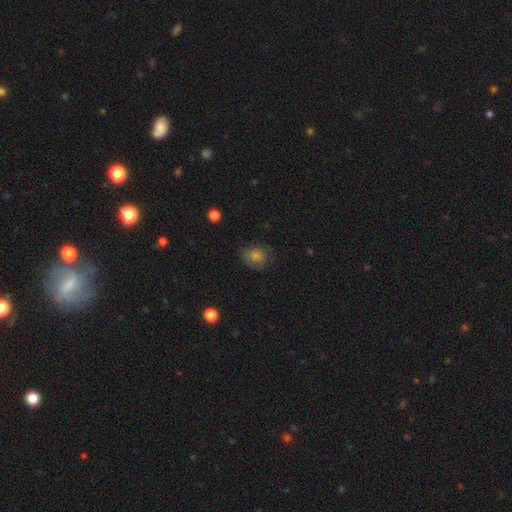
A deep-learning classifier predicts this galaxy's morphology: A smooth galaxy with no disk features (71%) that is round (57%). Merging: none (74%).